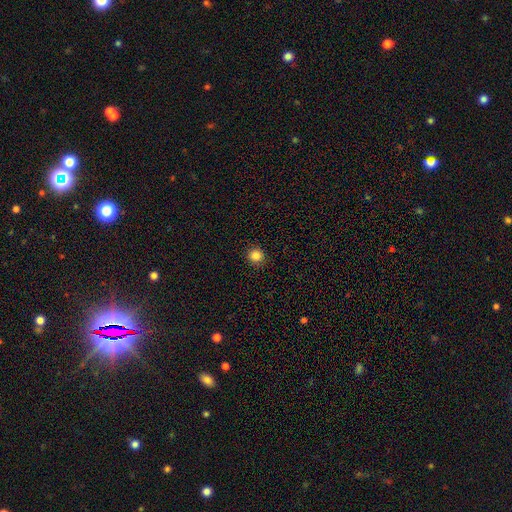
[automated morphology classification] Smooth or featured? Predicted: smooth (p=0.85). How rounded? Predicted: round (p=0.94). Merging? Predicted: none (p=0.92).